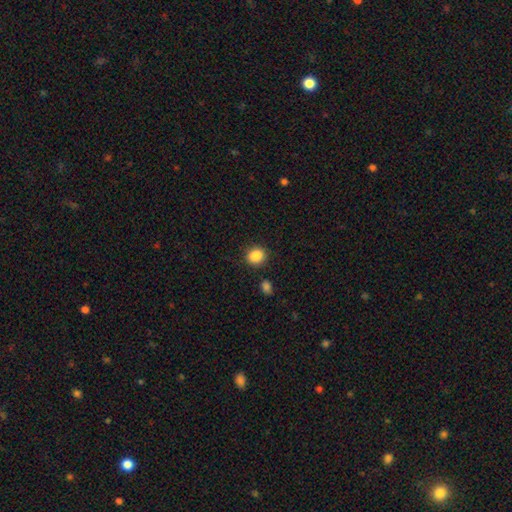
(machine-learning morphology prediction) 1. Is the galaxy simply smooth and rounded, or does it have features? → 87% smooth, 9% star or artifact, 3% featured or disk.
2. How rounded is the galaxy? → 79% round, 20% in between, 1% cigar-shaped.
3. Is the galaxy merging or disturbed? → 87% none, 8% minor disturbance, 3% merger, 2% major disturbance.